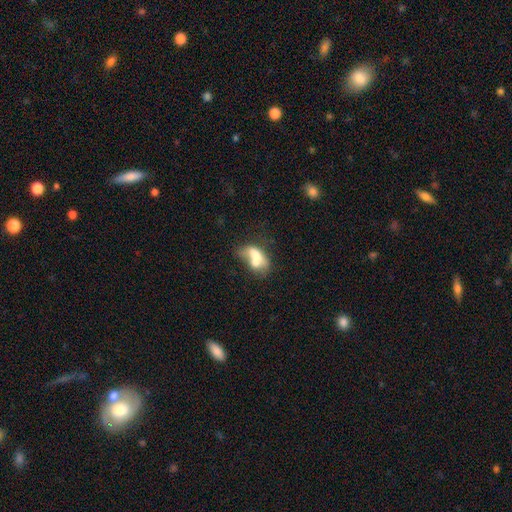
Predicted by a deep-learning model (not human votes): smooth_or_featured: smooth (p=0.60) [alt: featured or disk p=0.31]
how_rounded: in between (p=0.82) [alt: round p=0.13]
merging: merger (p=0.55) [alt: none p=0.18]